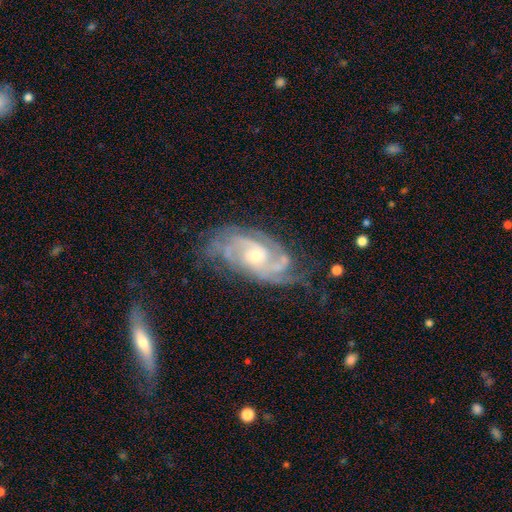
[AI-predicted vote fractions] featured or disk 90%, star or artifact 5%, smooth 5%. Down the decision tree: edge-on disk — no (96%); bar — no (62%); spiral arms — yes (98%); spiral arm count — 3 (29%); spiral winding — tight (58%); bulge size — small (55%); merging — none (68%).